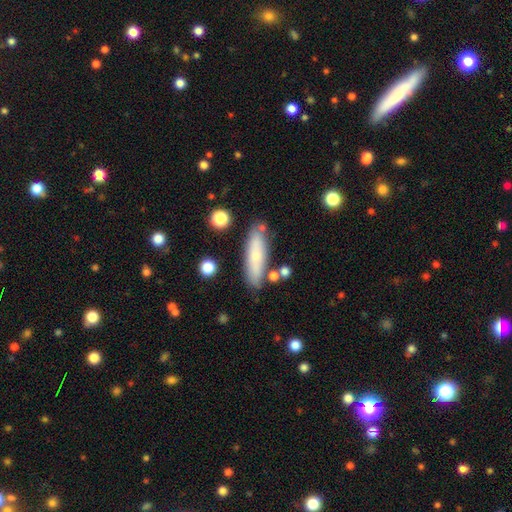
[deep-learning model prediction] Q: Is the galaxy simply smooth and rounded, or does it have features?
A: smooth — 66%.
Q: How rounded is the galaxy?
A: cigar-shaped — 62%.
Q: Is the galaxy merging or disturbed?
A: none — 78%.